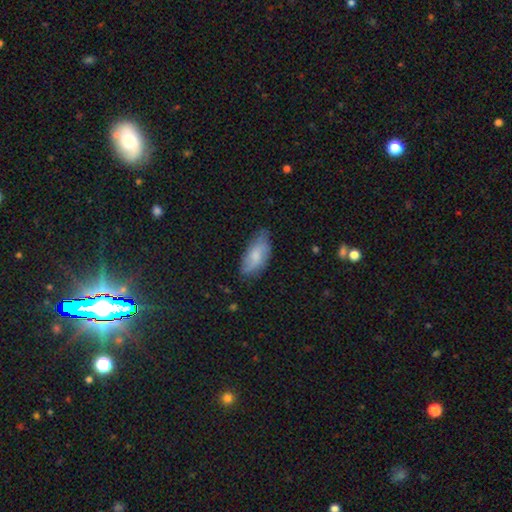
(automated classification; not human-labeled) Morphology: type=smooth (68%); roundness=in between (87%); merging=none (66%).